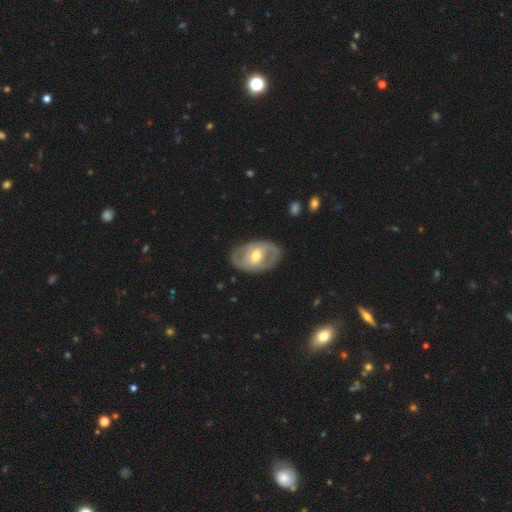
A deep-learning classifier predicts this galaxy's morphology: type=featured or disk (76%); edge-on=no (95%); bar=weak (40%, tied with no); spiral arms=yes (69%); bulge=moderate (73%); merging=none (79%).